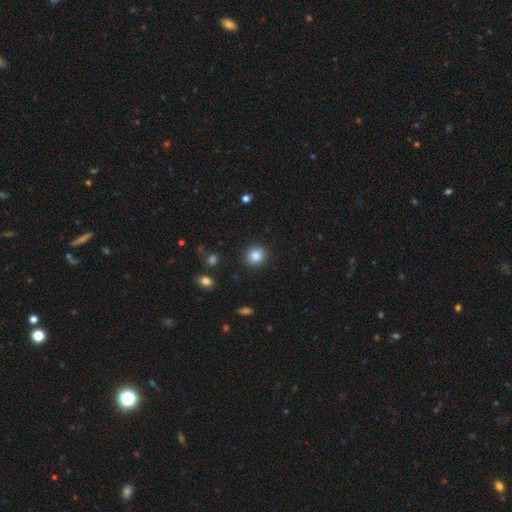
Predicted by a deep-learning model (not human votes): This is clearly a smooth galaxy (84%). How rounded: clearly round (87%). Merging: clearly none (91%).